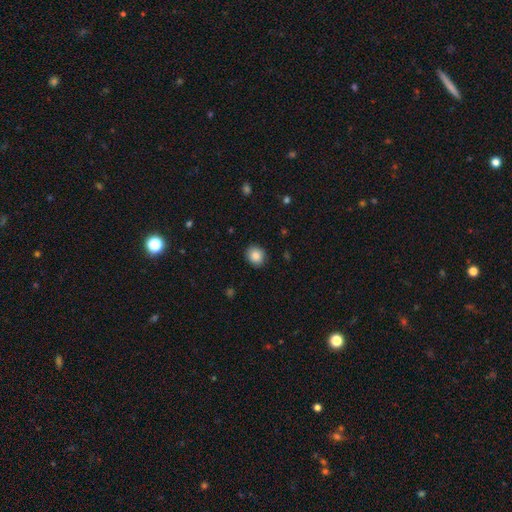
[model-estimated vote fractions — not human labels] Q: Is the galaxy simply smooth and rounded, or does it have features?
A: smooth — 87%.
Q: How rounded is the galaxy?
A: round — 77%.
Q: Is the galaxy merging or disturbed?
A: none — 89%.